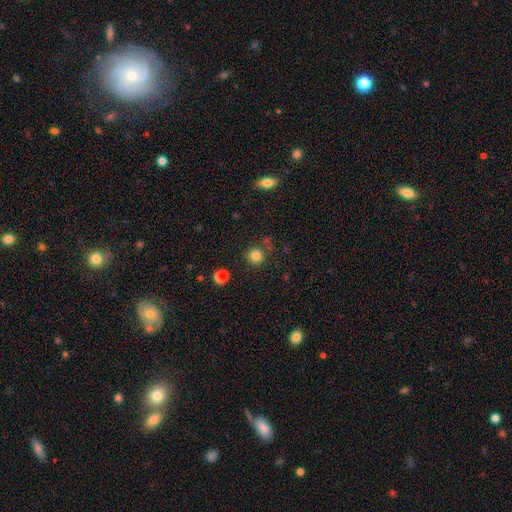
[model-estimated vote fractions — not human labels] Overall: smooth (82%). How rounded: round (93%). Merging: none (83%).